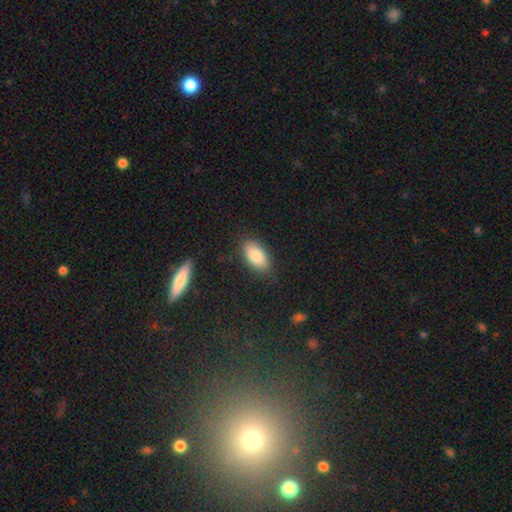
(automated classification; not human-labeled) smooth_or_featured: smooth (p=0.84) [alt: featured or disk p=0.09]
how_rounded: in between (p=0.92) [alt: cigar-shaped p=0.04]
merging: none (p=0.84) [alt: minor disturbance p=0.12]